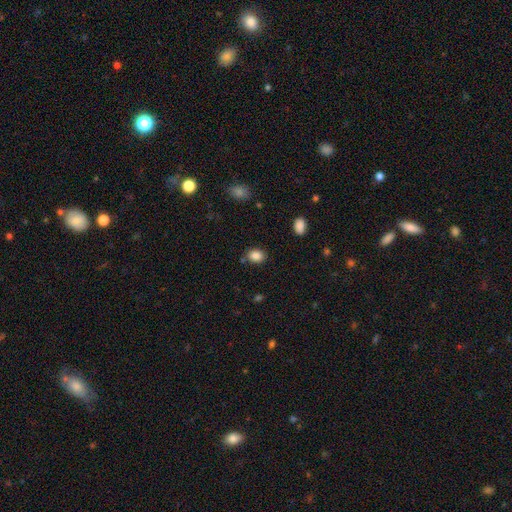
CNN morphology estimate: Smooth or featured? Predicted: smooth (p=0.86). How rounded? Predicted: in between (p=0.56). Merging? Predicted: none (p=0.80).